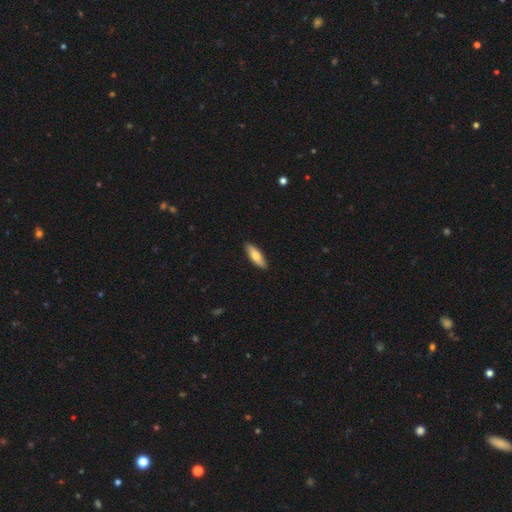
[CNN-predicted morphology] Q: Smooth or featured?
A: smooth (73%); runner-up: featured or disk (22%)
Q: How rounded?
A: in between (53%); runner-up: cigar-shaped (45%)
Q: Merging?
A: none (88%); runner-up: minor disturbance (10%)